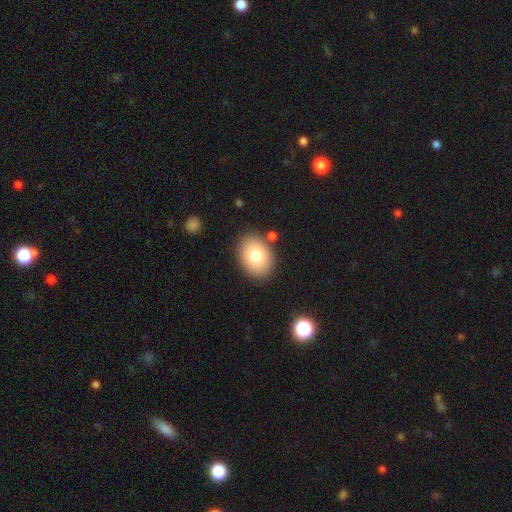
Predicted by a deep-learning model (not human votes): A smooth galaxy with no disk features (78%) that is in between round and cigar-shaped (74%).

Vote fractions:
- Smooth or featured? smooth: 78% / featured or disk: 13% / star or artifact: 9%
- How rounded? in between: 74% / round: 25% / cigar-shaped: 1%
- Merging? none: 85% / minor disturbance: 9% / merger: 3% / major disturbance: 3%